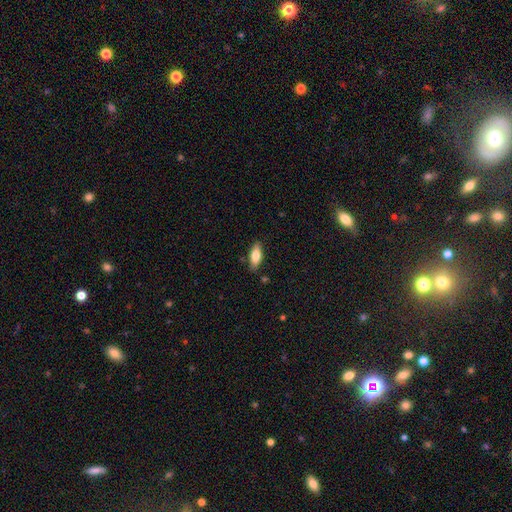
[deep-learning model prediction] A smooth galaxy with no disk features (76%) that is in between round and cigar-shaped (74%). Merging: none (84%).